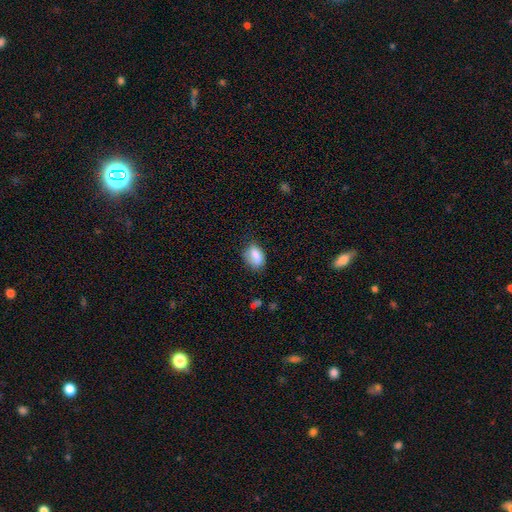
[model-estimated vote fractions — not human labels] Morphology: type=smooth (80%); roundness=in between (83%); merging=none (61%).